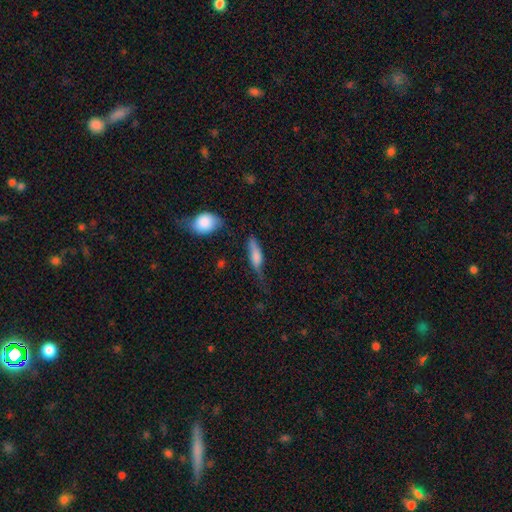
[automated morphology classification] Overall: smooth (67%). How rounded: cigar-shaped (52%; in between 44%). Merging: none (38%; minor disturbance 34%).